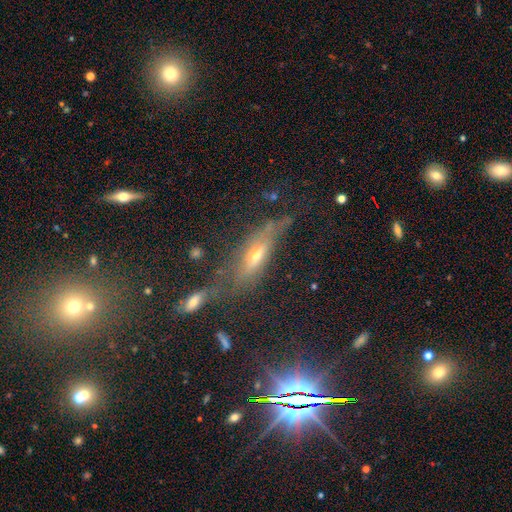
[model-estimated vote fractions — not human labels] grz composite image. It shows a featured or disk galaxy (45%). Merging: none (51%).